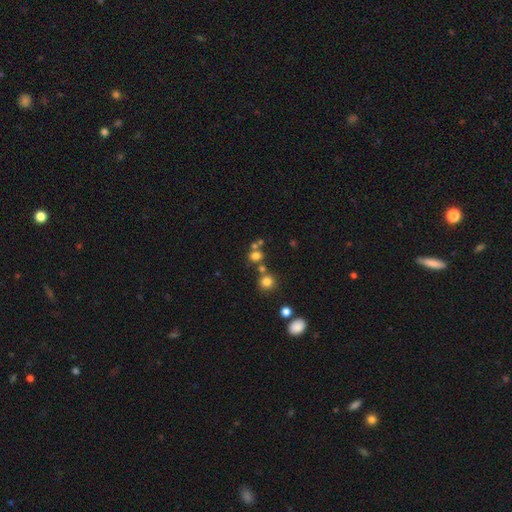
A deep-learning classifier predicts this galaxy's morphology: Smooth or featured?
  - smooth: 69% *
  - star or artifact: 19%
  - featured or disk: 12%
How rounded?
  - round: 63% *
  - in between: 36%
  - cigar-shaped: 1%
Merging?
  - none: 55% *
  - merger: 30%
  - minor disturbance: 10%
  - major disturbance: 5%